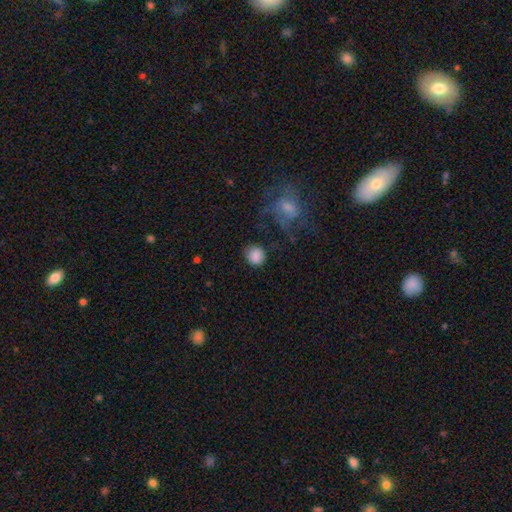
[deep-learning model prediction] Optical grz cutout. It shows a smooth galaxy with no disk features (85%) that is round (83%). Merging: none (78%).